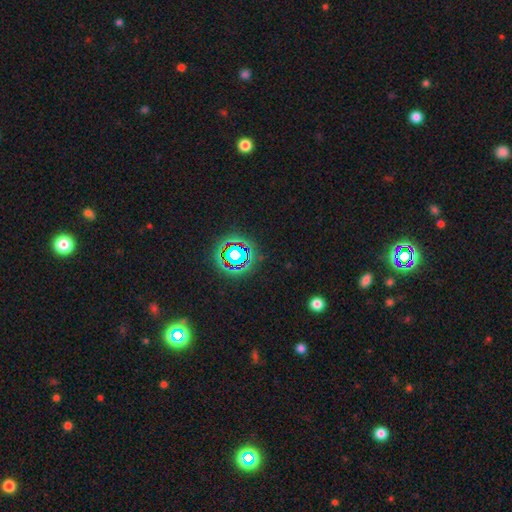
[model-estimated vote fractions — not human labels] A star or artifact, not a galaxy (74%).

Vote fractions:
- Smooth or featured? star or artifact: 74% / smooth: 17% / featured or disk: 9%